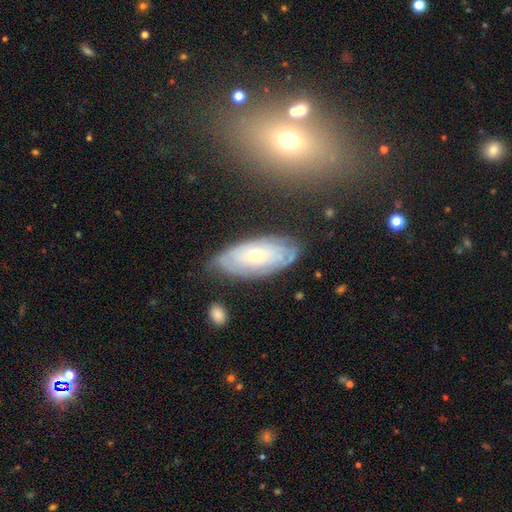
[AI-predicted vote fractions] Smooth or featured? Predicted: featured or disk (p=0.60). Edge-on disk? Predicted: no (p=0.87). Bar? Predicted: no (p=0.81). Spiral arms? Predicted: yes (p=0.67). Bulge size? Predicted: moderate (p=0.49). Merging? Predicted: none (p=0.73).